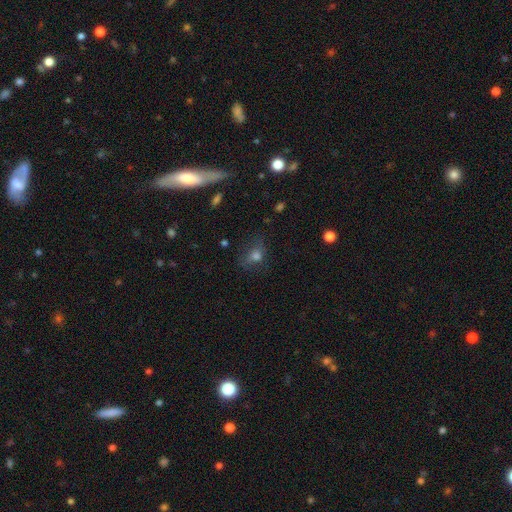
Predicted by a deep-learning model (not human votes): This appears to be a smooth galaxy with no disk features (65%) that is in between round and cigar-shaped (60%). Merging: none (53%).